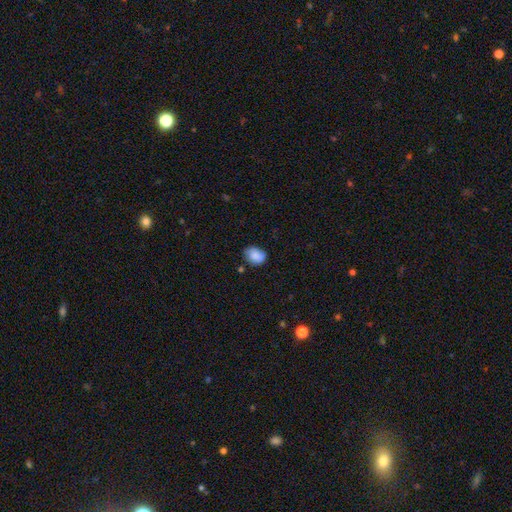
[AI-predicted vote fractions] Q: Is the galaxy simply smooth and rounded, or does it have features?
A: smooth — 82%.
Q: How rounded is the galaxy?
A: in between — 57%.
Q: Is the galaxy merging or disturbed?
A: none — 67%.